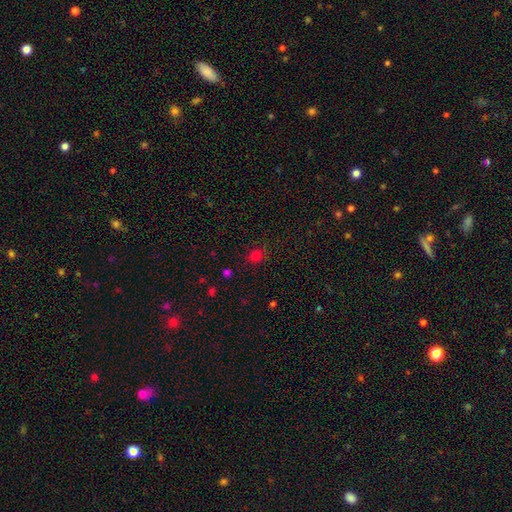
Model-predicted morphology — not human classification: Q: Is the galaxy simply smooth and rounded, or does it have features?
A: smooth — 74%.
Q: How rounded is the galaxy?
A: round — 77%.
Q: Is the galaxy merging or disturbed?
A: none — 79%.